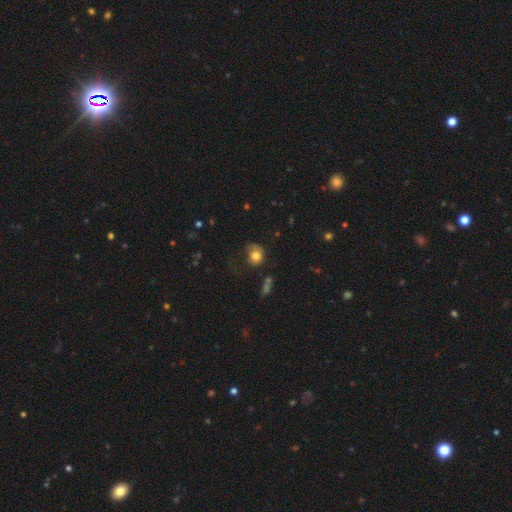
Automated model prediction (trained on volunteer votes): Morphology: type=smooth (77%); roundness=round (66%); merging=none (43%).